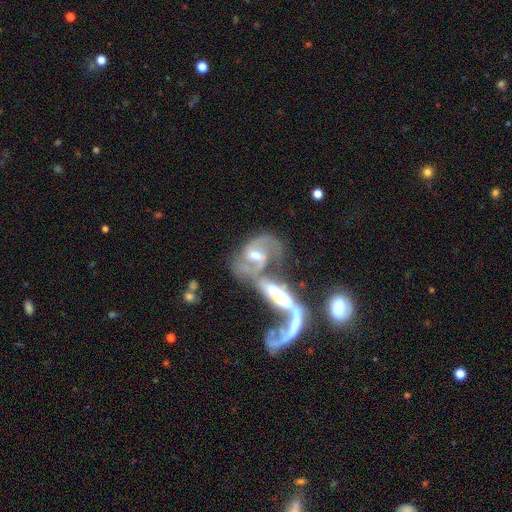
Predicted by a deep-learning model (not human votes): smooth_or_featured: featured or disk (p=0.82) [alt: smooth p=0.12]
disk_edge_on: no (p=0.94) [alt: yes p=0.06]
bar: weak (p=0.41) [alt: no p=0.33]
has_spiral_arms: yes (p=0.91) [alt: no p=0.09]
spiral_winding: medium (p=0.47) [alt: loose p=0.35]
spiral_arm_count: 2 (p=0.85) [alt: can't tell p=0.07]
bulge_size: moderate (p=0.70) [alt: small p=0.18]
merging: merger (p=0.64) [alt: none p=0.19]